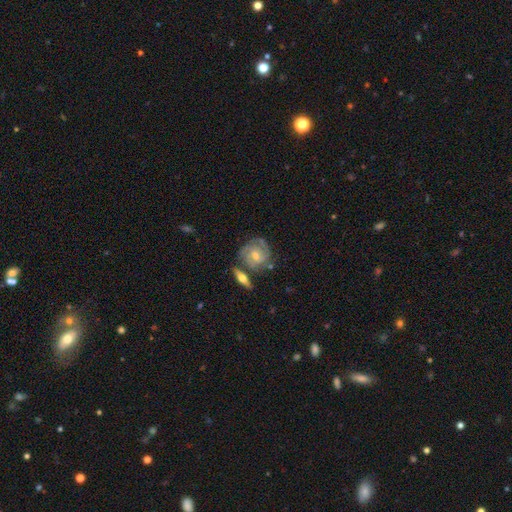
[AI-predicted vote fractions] A featured or disk galaxy (83%) with no bar (64%), 2 (39%) tight (70%) spiral arms (96%) and a moderate central bulge (50%). Merging: none (66%).